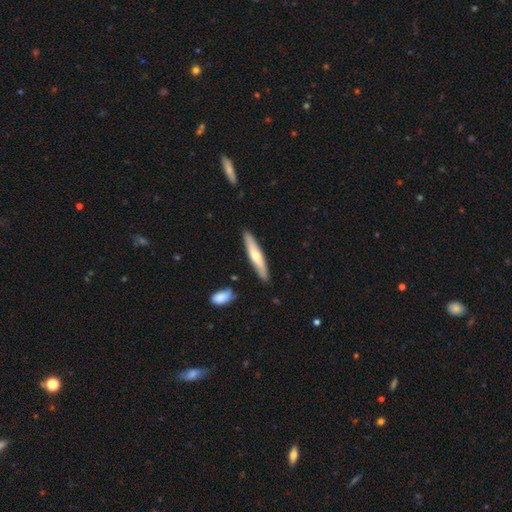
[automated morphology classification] type=smooth (55%); roundness=cigar-shaped (89%); merging=none (87%).